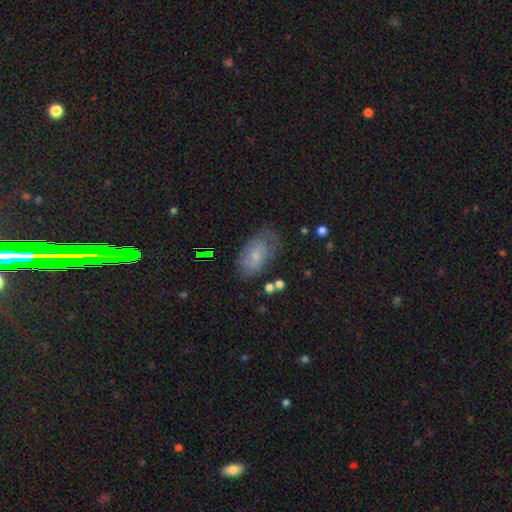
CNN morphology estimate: This is likely a smooth galaxy (62%). How rounded: clearly in between (92%). Merging: likely none (61%).